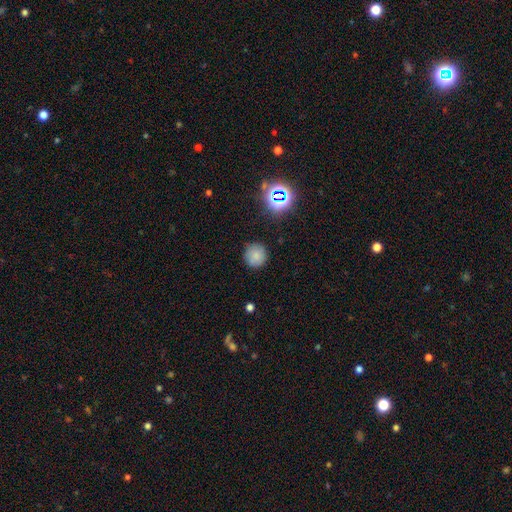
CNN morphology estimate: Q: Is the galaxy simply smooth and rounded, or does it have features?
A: smooth — 79%.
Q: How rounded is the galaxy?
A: round — 94%.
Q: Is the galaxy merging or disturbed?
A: none — 87%.